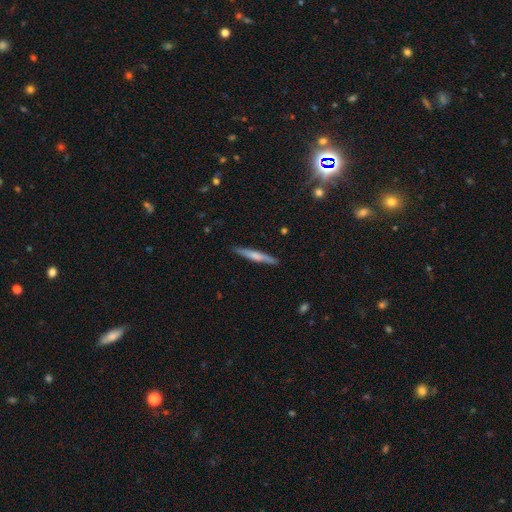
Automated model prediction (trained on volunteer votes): Smooth or featured? Predicted: smooth (p=0.50). How rounded? Predicted: cigar-shaped (p=0.95). Merging? Predicted: none (p=0.89).